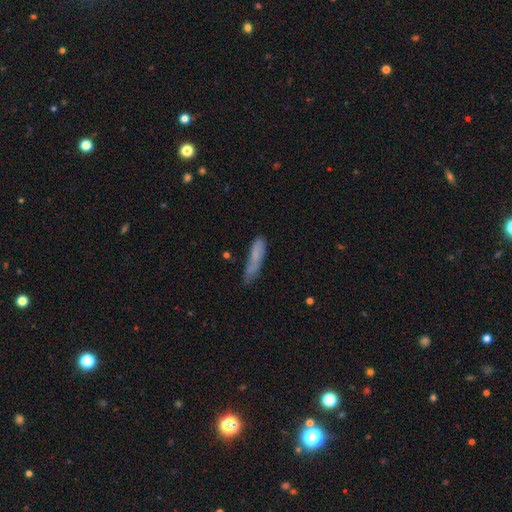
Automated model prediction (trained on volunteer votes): smooth-or-featured: smooth: 71% | featured or disk: 21% | star or artifact: 9%
  how-rounded: cigar-shaped: 77% | in between: 21% | round: 2%
  merging: none: 55% | minor disturbance: 30% | major disturbance: 10% | merger: 4%